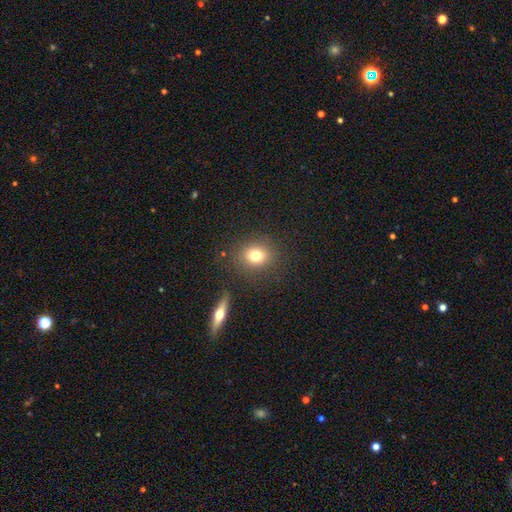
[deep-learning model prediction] Overall: smooth (77%). How rounded: round (69%; in between 30%). Merging: none (83%).